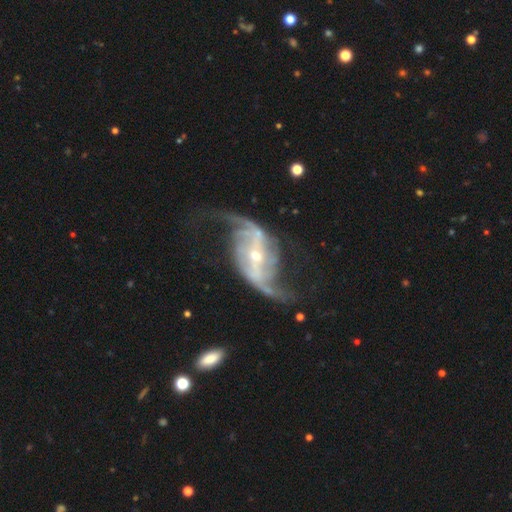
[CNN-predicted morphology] This appears to be a featured or disk galaxy (92%) with a strong bar (51%), 2 (93%) loose (77%) spiral arms (97%) and a small central bulge (70%). Merging: none (66%).